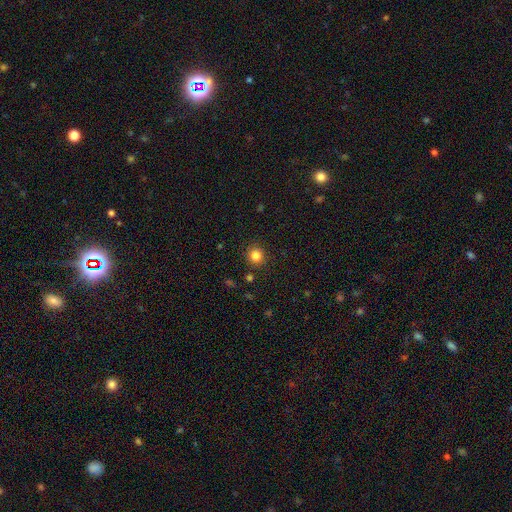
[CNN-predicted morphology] smooth 83%, star or artifact 12%, featured or disk 4%. Down the decision tree: how rounded — round (92%); merging — none (89%).